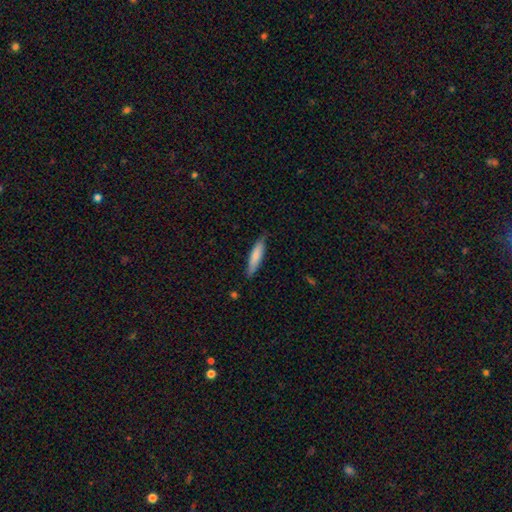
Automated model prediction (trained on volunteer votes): A smooth galaxy with no disk features (77%) that is cigar-shaped (78%).

Vote fractions:
- Smooth or featured? smooth: 77% / featured or disk: 18% / star or artifact: 5%
- How rounded? cigar-shaped: 78% / in between: 21% / round: 1%
- Merging? none: 79% / minor disturbance: 17% / major disturbance: 2% / merger: 1%